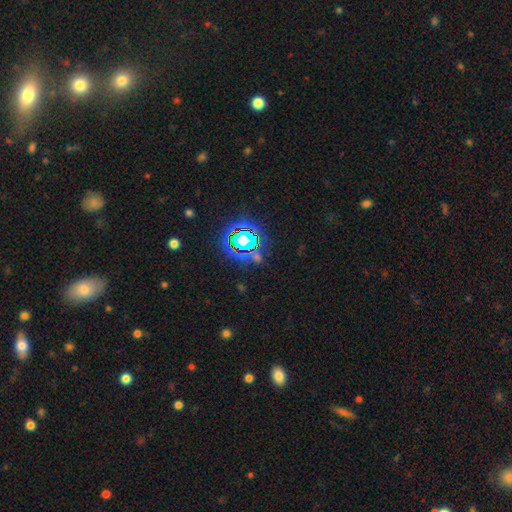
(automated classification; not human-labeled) Smooth or featured? Predicted: star or artifact (p=0.71).